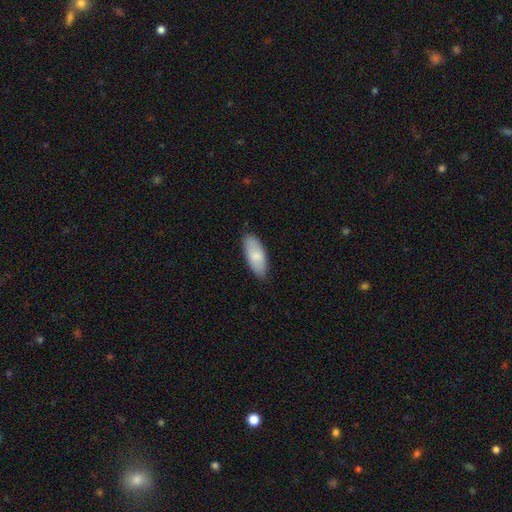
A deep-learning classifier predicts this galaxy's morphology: Smooth or featured? Predicted: smooth (p=0.82). How rounded? Predicted: in between (p=0.85). Merging? Predicted: none (p=0.84).